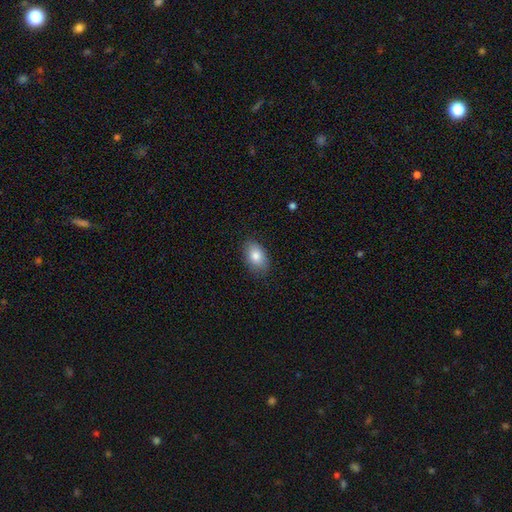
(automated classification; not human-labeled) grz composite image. It shows a smooth galaxy with no disk features (82%) that is in between round and cigar-shaped (89%). Merging: none (82%).